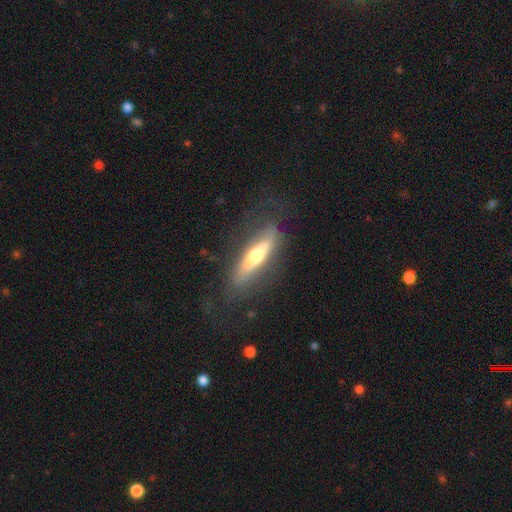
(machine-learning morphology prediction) This is possibly a featured or disk galaxy (51%). It is likely viewed edge-on (77%). Merging: likely none (75%).